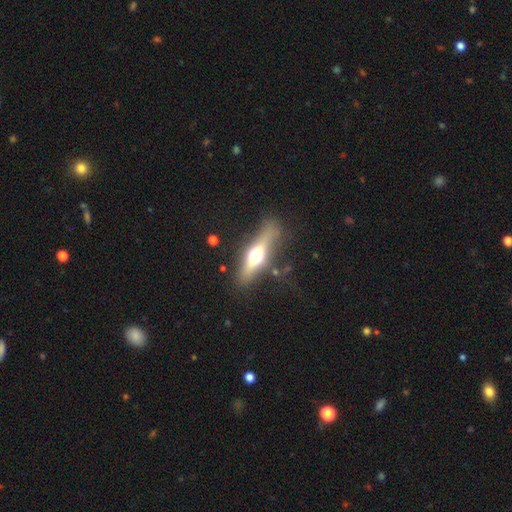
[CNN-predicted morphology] Smooth or featured?
  - featured or disk: 59% *
  - smooth: 34%
  - star or artifact: 7%
Edge-on disk?
  - yes: 89% *
  - no: 11%
Edge-on bulge?
  - rounded: 95% *
  - boxy: 3%
  - none: 2%
Merging?
  - none: 77% *
  - minor disturbance: 14%
  - major disturbance: 6%
  - merger: 3%